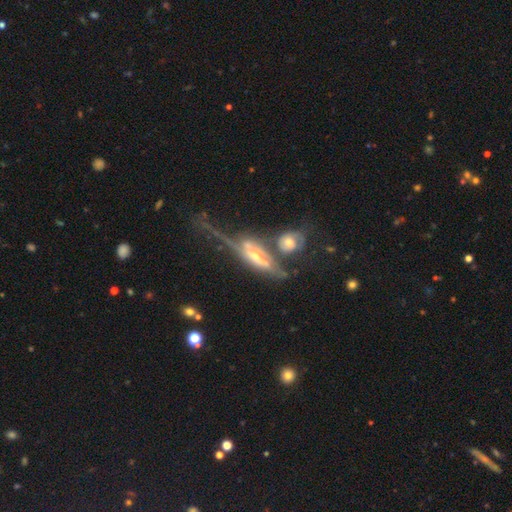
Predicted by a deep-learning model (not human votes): A featured or disk galaxy (79%) viewed edge-on (73%) with a rounded central bulge (72%).

Vote fractions:
- Smooth or featured? featured or disk: 79% / smooth: 13% / star or artifact: 8%
- Edge-on disk? yes: 73% / no: 27%
- Edge-on bulge? rounded: 72% / boxy: 19% / none: 10%
- Merging? none: 34% / merger: 29% / major disturbance: 19% / minor disturbance: 17%